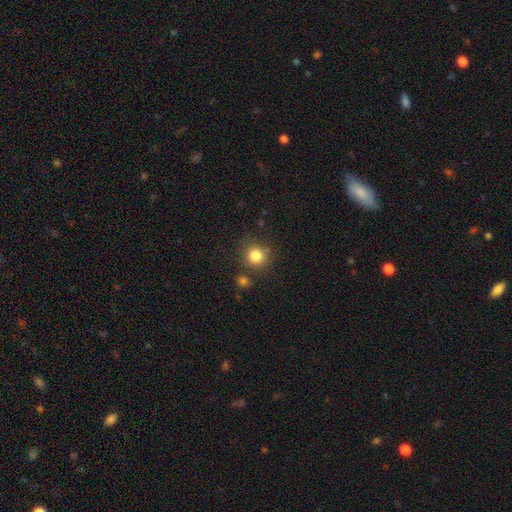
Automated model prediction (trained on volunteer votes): Smooth or featured: smooth — 84% (star or artifact — 11%)
How rounded: round — 91% (in between — 8%)
Merging: none — 79% (minor disturbance — 11%)